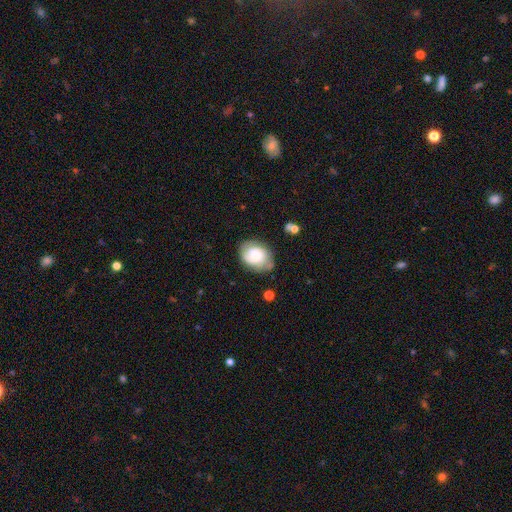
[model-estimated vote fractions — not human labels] Q: Smooth or featured?
A: featured or disk (50%); runner-up: smooth (42%)
Q: Edge-on disk?
A: no (97%); runner-up: yes (3%)
Q: Merging?
A: none (67%); runner-up: minor disturbance (23%)